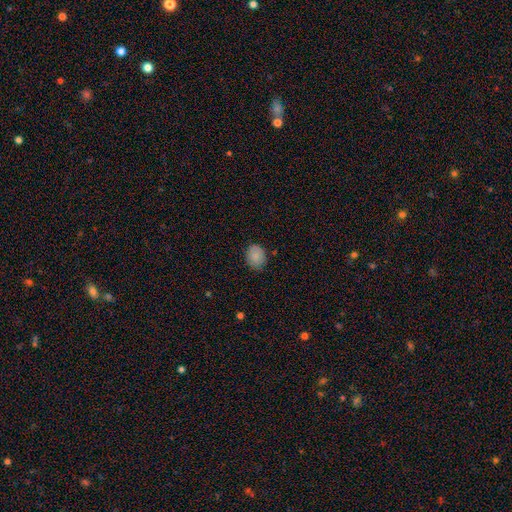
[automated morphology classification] Smooth or featured: smooth — 86% (star or artifact — 8%)
How rounded: in between — 52% (round — 48%)
Merging: none — 81% (minor disturbance — 15%)